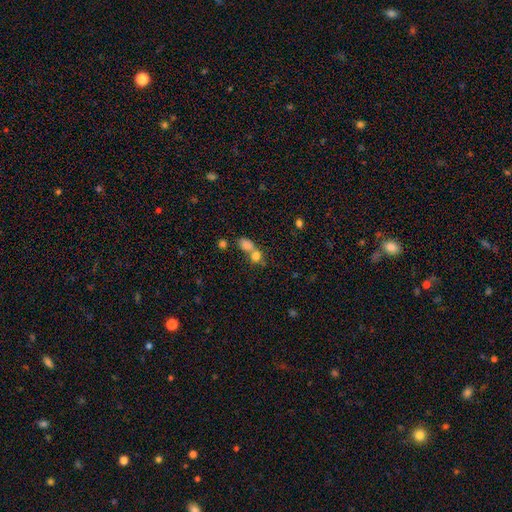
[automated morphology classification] Smooth or featured? smooth (75%)
How rounded? round (63%)
Merging? merger (56%)